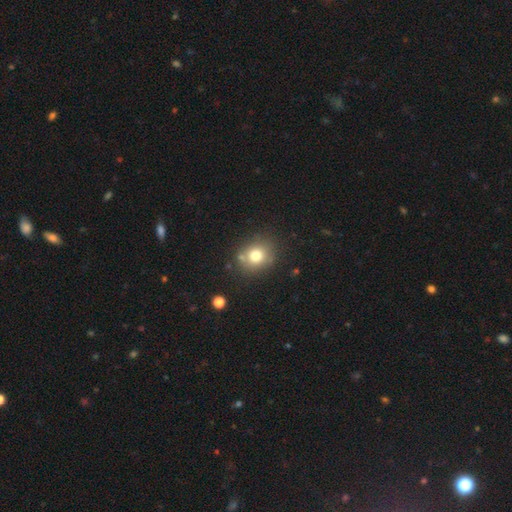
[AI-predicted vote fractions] A smooth galaxy with no disk features (75%) that is round (73%).

Vote fractions:
- Smooth or featured? smooth: 75% / star or artifact: 13% / featured or disk: 12%
- How rounded? round: 73% / in between: 26% / cigar-shaped: 1%
- Merging? none: 75% / minor disturbance: 13% / merger: 8% / major disturbance: 4%